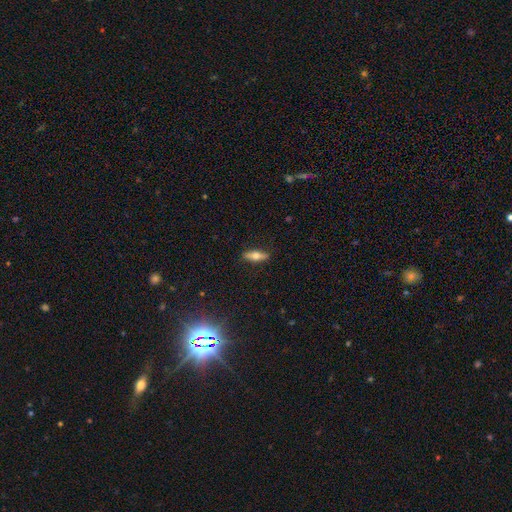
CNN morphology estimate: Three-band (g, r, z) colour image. It shows a smooth galaxy with no disk features (55%) that is cigar-shaped (56%). Merging: none (87%).